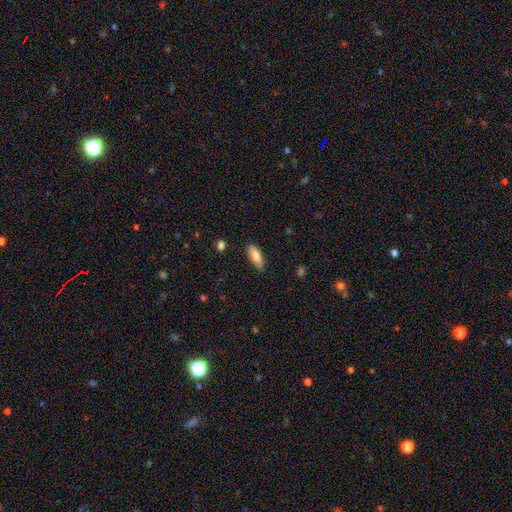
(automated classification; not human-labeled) Smooth or featured? smooth (80%)
How rounded? in between (63%)
Merging? none (79%)